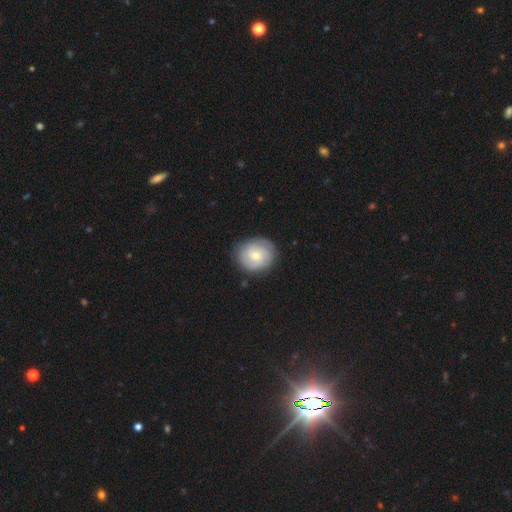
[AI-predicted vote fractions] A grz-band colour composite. It shows a smooth galaxy with no disk features (52%) that is round (80%). Merging: none (83%).